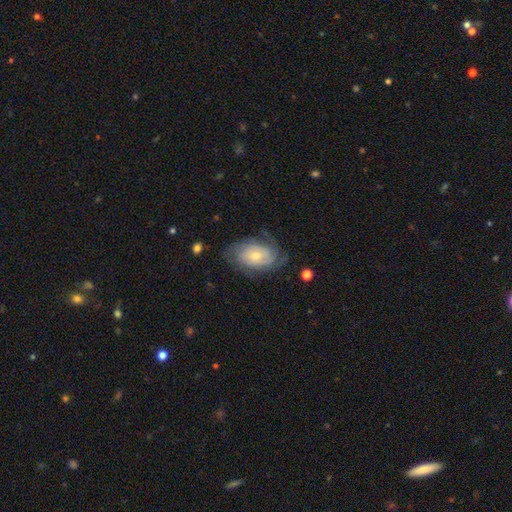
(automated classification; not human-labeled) A featured or disk galaxy (56%) with no bar (72%), spiral arms (79%) and a small central bulge (59%). Merging: none (63%).